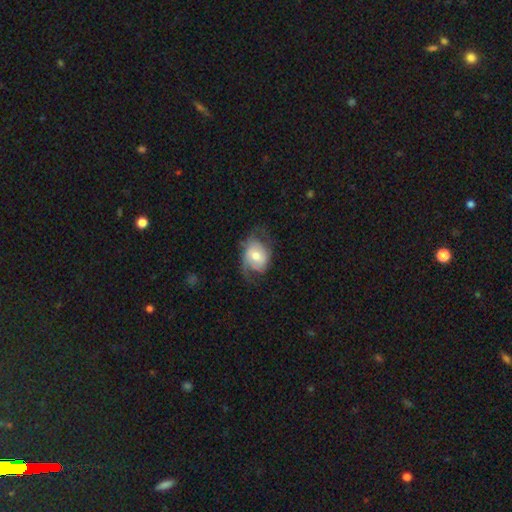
A featured or disk galaxy (57%) with no bar (50%), 2 (47%) medium (53%) spiral arms (95%) and a moderate central bulge (60%).

Vote fractions:
- Smooth or featured? featured or disk: 57% / smooth: 38% / star or artifact: 5%
- Edge-on disk? no: 95% / yes: 5%
- Bar? no: 50% / weak: 45% / strong: 5%
- Spiral arms? yes: 95% / no: 5%
- Spiral winding? medium: 53% / loose: 47% / tight: 0%
- Spiral arm count? 2: 47% / can't tell: 32% / 1: 21% / 3: 0% / 4: 0% / more than 4: 0%
- Bulge size? moderate: 60% / small: 30% / large: 10% / dominant: 0% / none: 0%
- Merging? none: 43% / minor disturbance: 31% / major disturbance: 26% / merger: 0%